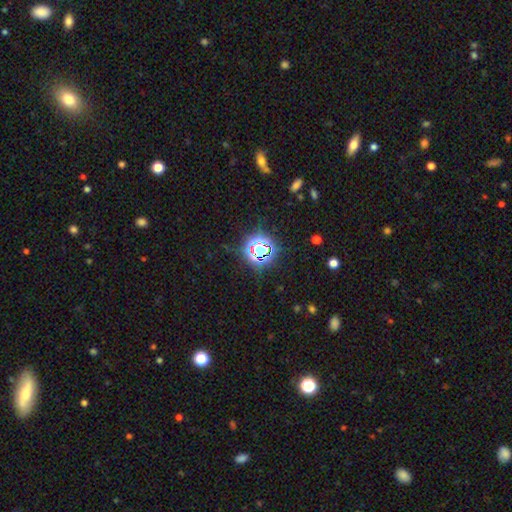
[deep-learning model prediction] Smooth or featured: star or artifact — 75% (smooth — 16%)